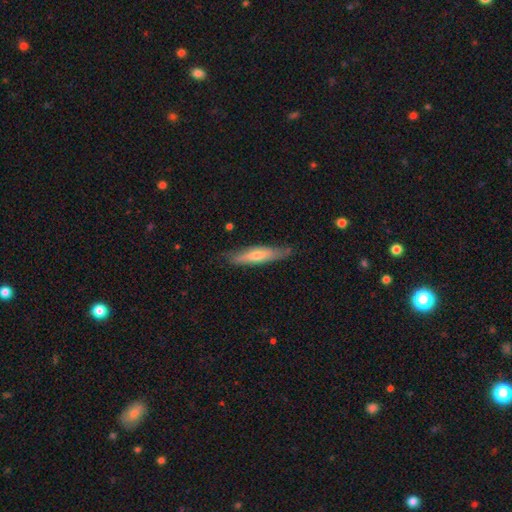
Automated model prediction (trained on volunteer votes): Smooth or featured? Predicted: smooth (p=0.49). Merging? Predicted: none (p=0.80).